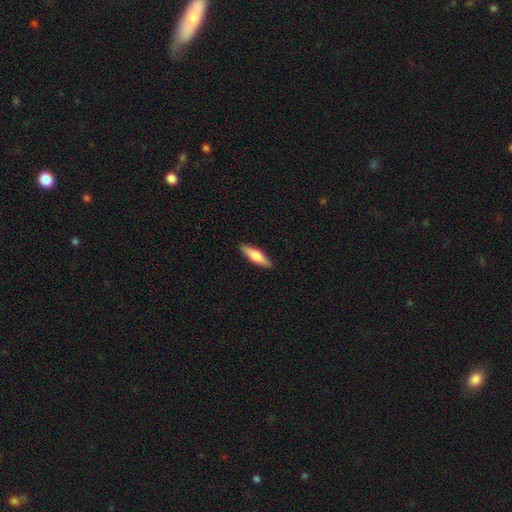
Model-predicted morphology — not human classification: Smooth or featured?
  - smooth: 68% *
  - featured or disk: 27%
  - star or artifact: 5%
How rounded?
  - cigar-shaped: 66% *
  - in between: 32%
  - round: 2%
Merging?
  - none: 90% *
  - minor disturbance: 8%
  - major disturbance: 2%
  - merger: 1%